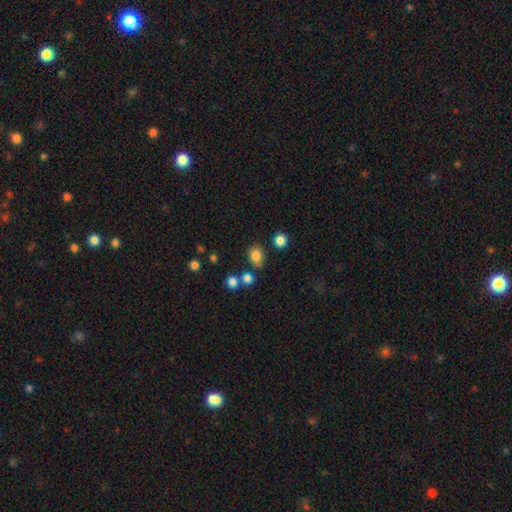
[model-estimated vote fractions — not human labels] The model was most divided on "how rounded": round: 55%, in between: 44%, cigar-shaped: 1%. More confident: smooth or featured — smooth (82%); merging — none (70%).